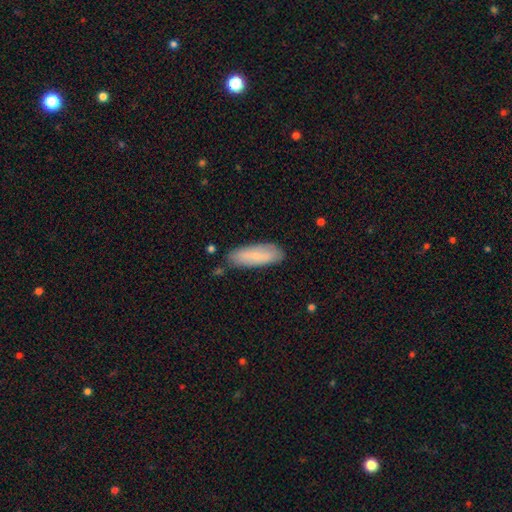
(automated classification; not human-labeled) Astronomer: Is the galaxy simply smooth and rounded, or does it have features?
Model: smooth — 72%.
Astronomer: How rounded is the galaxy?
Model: in between — 57% (runner-up: cigar-shaped, 41%).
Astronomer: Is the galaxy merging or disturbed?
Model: none — 79%.